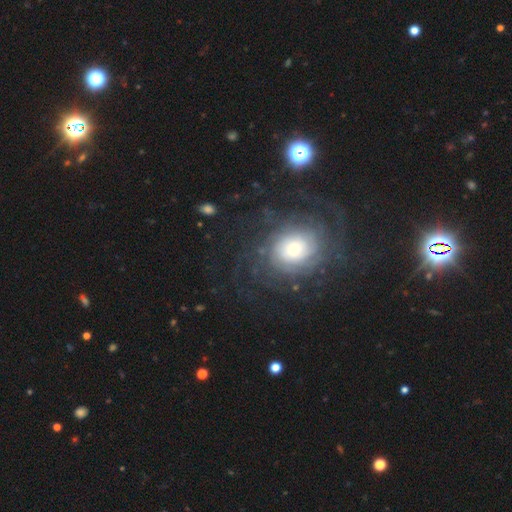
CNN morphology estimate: A featured or disk galaxy (44%). Merging: none (80%).